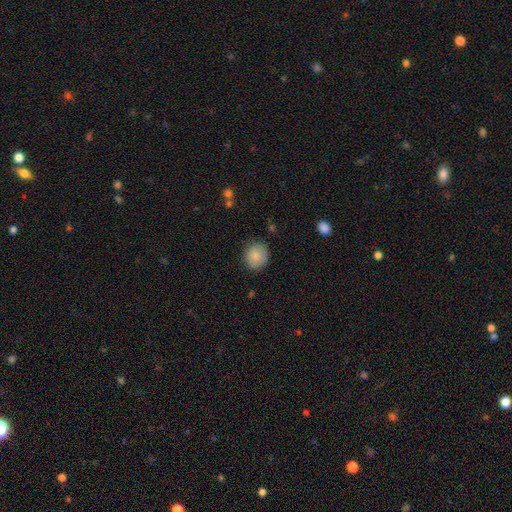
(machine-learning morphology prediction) This is clearly a smooth galaxy (86%). How rounded: clearly round (81%). Merging: clearly none (83%).